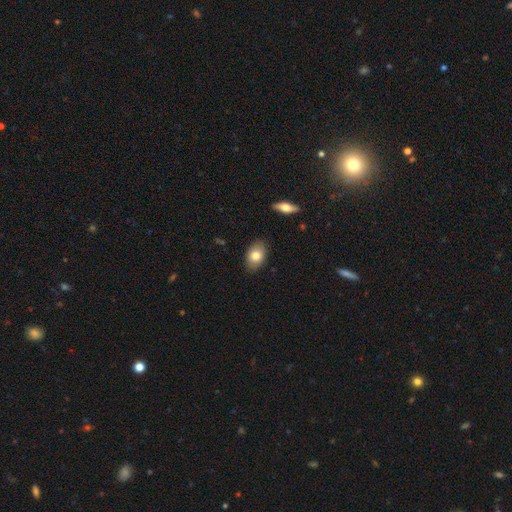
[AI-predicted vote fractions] This appears to be a smooth galaxy with no disk features (80%) that is in between round and cigar-shaped (86%). Merging: none (85%).